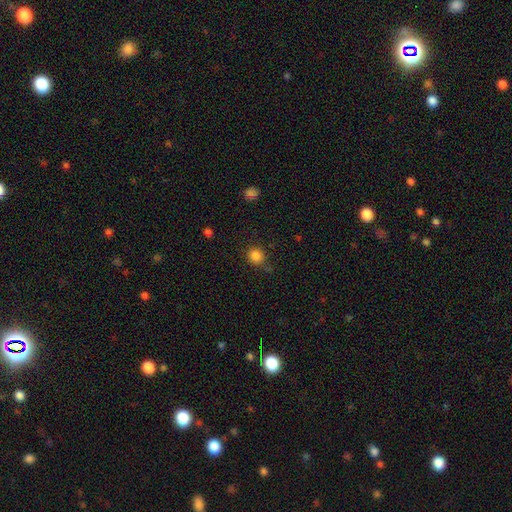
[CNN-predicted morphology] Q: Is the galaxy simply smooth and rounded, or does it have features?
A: smooth — 84%.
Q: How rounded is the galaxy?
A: round — 80%.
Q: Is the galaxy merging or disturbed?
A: none — 73%.